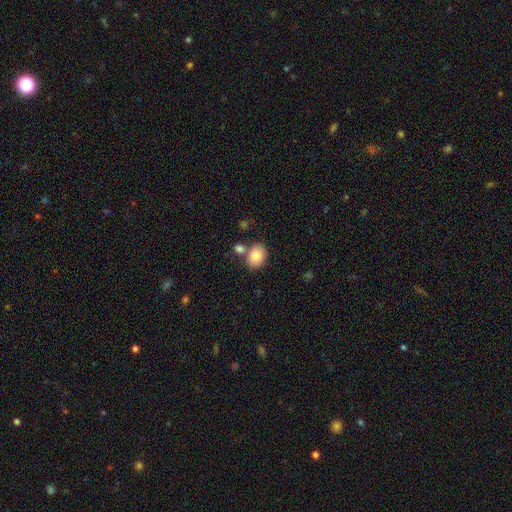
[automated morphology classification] Overall: smooth (82%). How rounded: in between (67%; round 32%). Merging: none (68%).